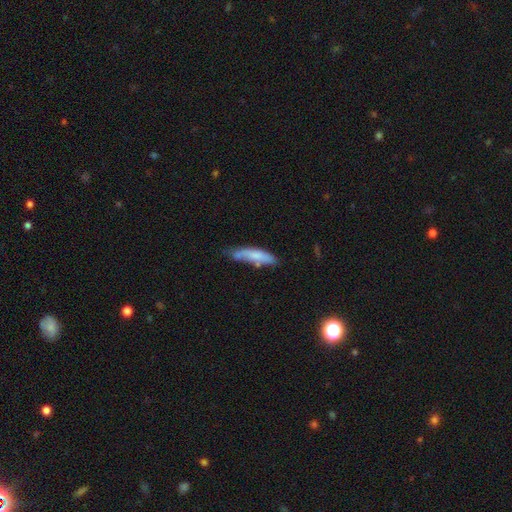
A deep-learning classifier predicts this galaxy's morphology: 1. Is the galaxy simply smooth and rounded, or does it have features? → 70% smooth, 24% featured or disk, 7% star or artifact.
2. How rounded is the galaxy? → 73% cigar-shaped, 26% in between, 2% round.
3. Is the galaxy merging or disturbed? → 52% none, 31% minor disturbance, 9% merger, 8% major disturbance.